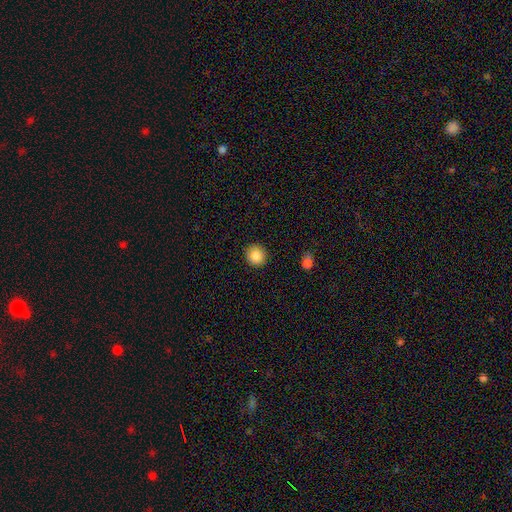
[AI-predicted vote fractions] The model was most divided on "smooth or featured": smooth: 87%, star or artifact: 9%, featured or disk: 4%. More confident: how rounded — round (92%); merging — none (90%).